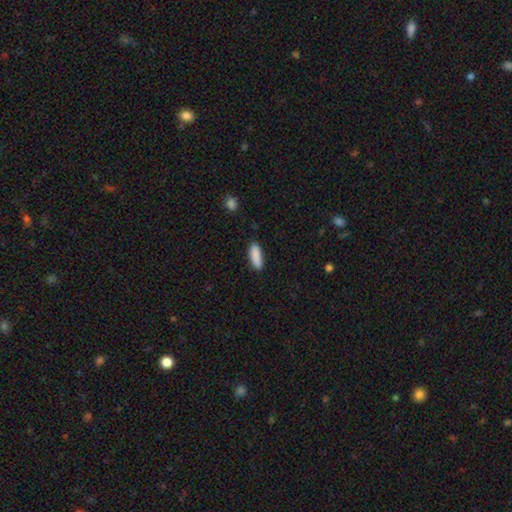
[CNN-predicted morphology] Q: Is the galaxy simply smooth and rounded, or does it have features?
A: smooth — 89%.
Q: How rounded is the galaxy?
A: in between — 57%.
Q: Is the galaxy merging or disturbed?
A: none — 86%.